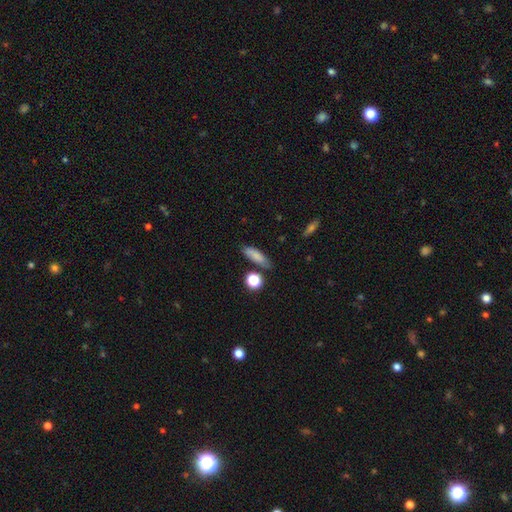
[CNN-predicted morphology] smooth-or-featured: smooth: 80% | featured or disk: 11% | star or artifact: 9%
  how-rounded: in between: 48% | cigar-shaped: 45% | round: 7%
  merging: none: 73% | minor disturbance: 16% | merger: 7% | major disturbance: 4%